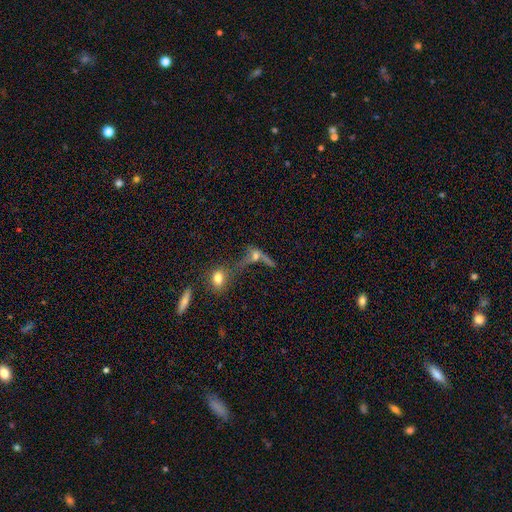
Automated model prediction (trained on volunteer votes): Smooth or featured? Predicted: smooth (p=0.40). Merging? Predicted: merger (p=0.42).